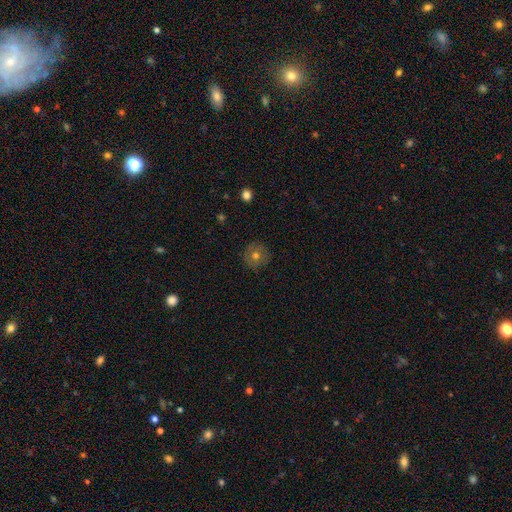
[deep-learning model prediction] smooth-or-featured: smooth: 63% | featured or disk: 26% | star or artifact: 12%
  how-rounded: round: 94% | in between: 5% | cigar-shaped: 1%
  merging: none: 88% | minor disturbance: 8% | major disturbance: 2% | merger: 1%